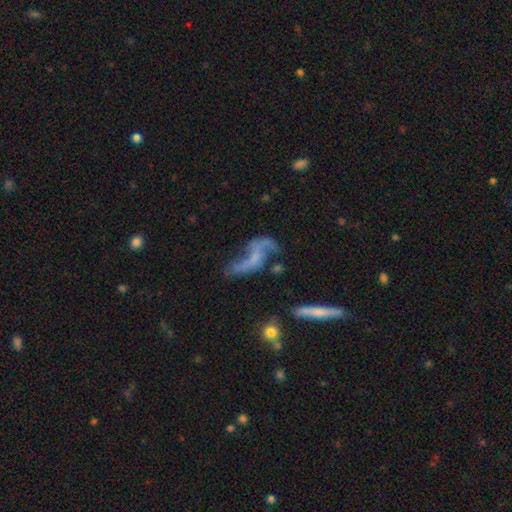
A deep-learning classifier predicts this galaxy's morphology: A featured or disk galaxy (74%) with no bar (60%), 2 (85%) loose (90%) spiral arms (77%) and no central bulge (53%). Merging: none (41%).